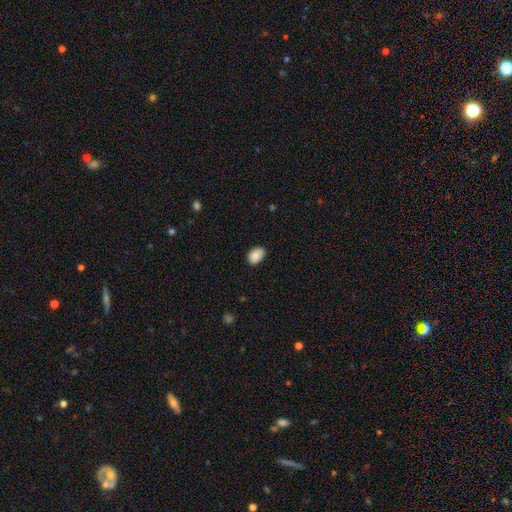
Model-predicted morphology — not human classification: Overall: smooth (88%). How rounded: in between (84%). Merging: none (80%).